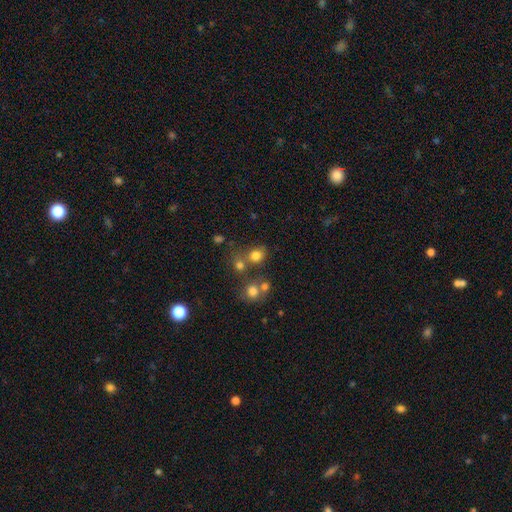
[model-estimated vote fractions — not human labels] Smooth or featured? smooth (77%)
How rounded? round (71%)
Merging? none (59%)